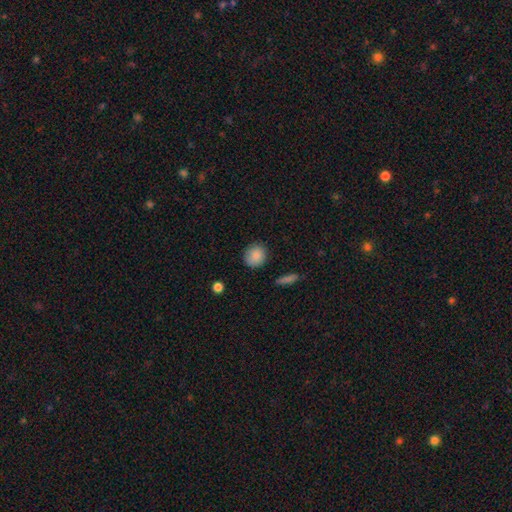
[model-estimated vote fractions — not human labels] Smooth or featured: smooth — 88% (star or artifact — 8%)
How rounded: round — 85% (in between — 14%)
Merging: none — 87% (minor disturbance — 10%)